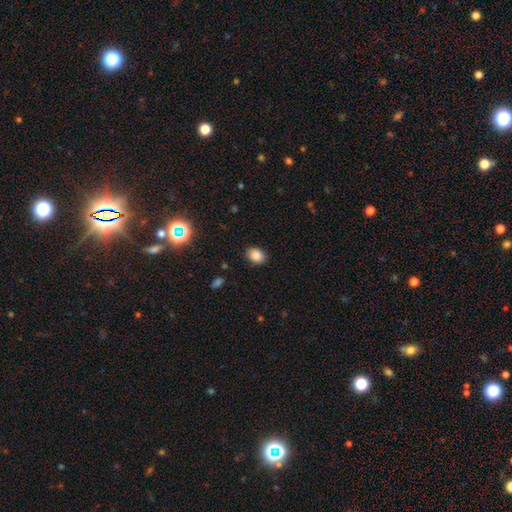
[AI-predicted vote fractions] A smooth galaxy with no disk features (85%) that is in between round and cigar-shaped (67%).

Vote fractions:
- Smooth or featured? smooth: 85% / star or artifact: 10% / featured or disk: 5%
- How rounded? in between: 67% / round: 32% / cigar-shaped: 1%
- Merging? none: 87% / minor disturbance: 10% / major disturbance: 2% / merger: 1%